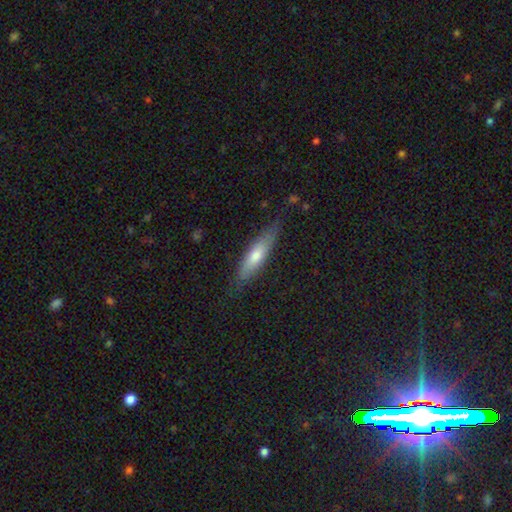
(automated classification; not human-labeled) A smooth galaxy with no disk features (61%) that is cigar-shaped (70%). Merging: none (77%).